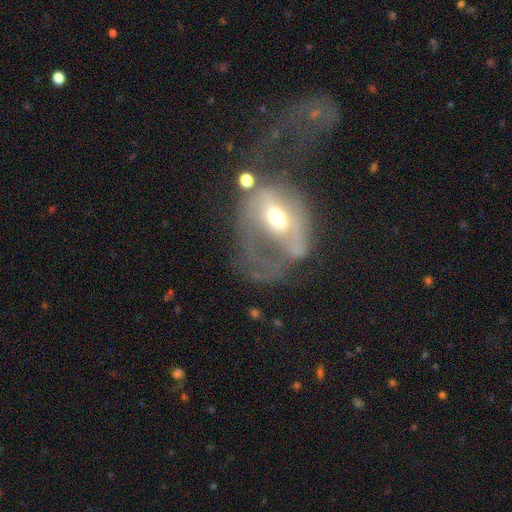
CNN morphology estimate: Q: Smooth or featured?
A: featured or disk (65%); runner-up: smooth (26%)
Q: Edge-on disk?
A: no (94%); runner-up: yes (6%)
Q: Bar?
A: no (48%); runner-up: weak (32%)
Q: Spiral arms?
A: no (55%); runner-up: yes (45%)
Q: Bulge size?
A: moderate (66%); runner-up: small (22%)
Q: Merging?
A: major disturbance (53%); runner-up: none (18%)